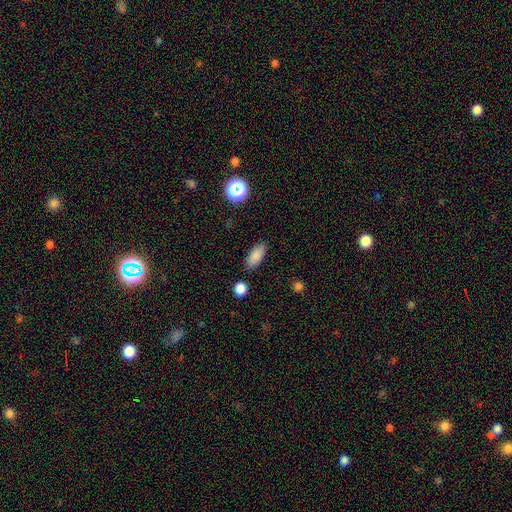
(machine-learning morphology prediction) Smooth or featured: smooth — 86% (star or artifact — 8%)
How rounded: in between — 84% (cigar-shaped — 13%)
Merging: none — 85% (minor disturbance — 10%)